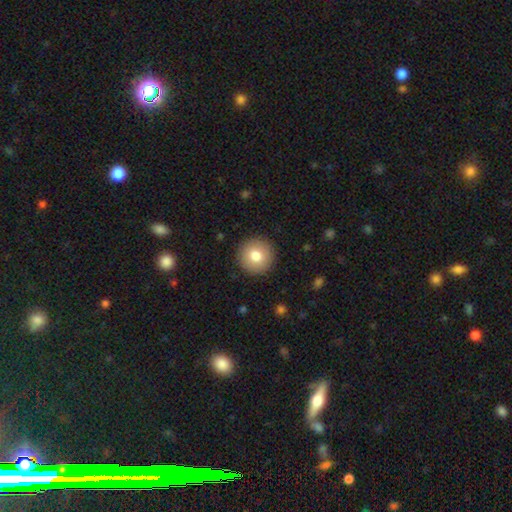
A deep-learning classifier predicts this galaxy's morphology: Overall: smooth (79%). How rounded: round (96%). Merging: none (92%).